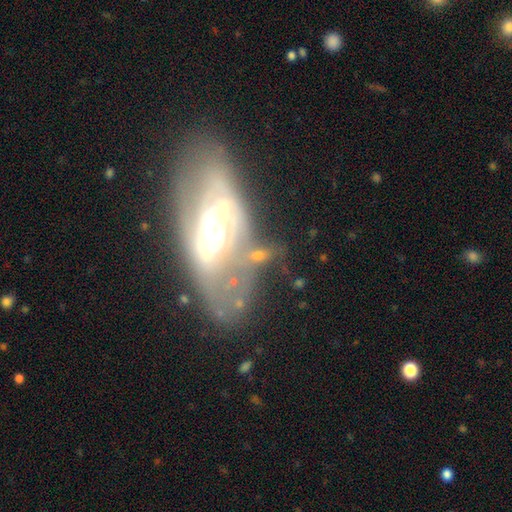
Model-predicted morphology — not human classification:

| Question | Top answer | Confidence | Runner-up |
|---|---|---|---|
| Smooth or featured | featured or disk | 75% | smooth (16%) |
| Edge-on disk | no | 87% | yes (13%) |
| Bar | no | 43% | weak (33%) |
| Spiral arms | yes | 64% | no (36%) |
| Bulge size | moderate | 51% | large (30%) |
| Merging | none | 44% | major disturbance (25%) |